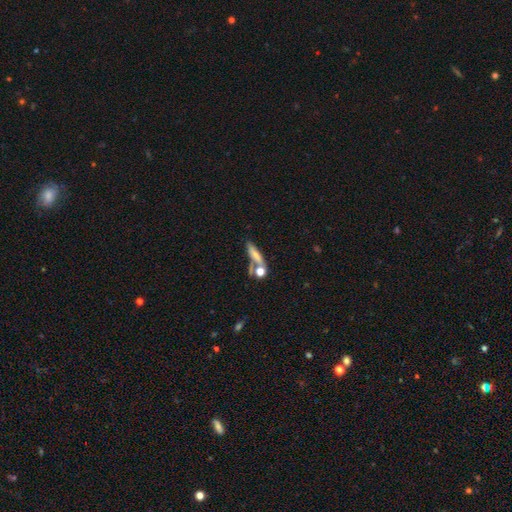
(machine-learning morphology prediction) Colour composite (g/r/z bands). It shows a smooth galaxy with no disk features (63%) that is cigar-shaped (61%). Merging: none (48%).